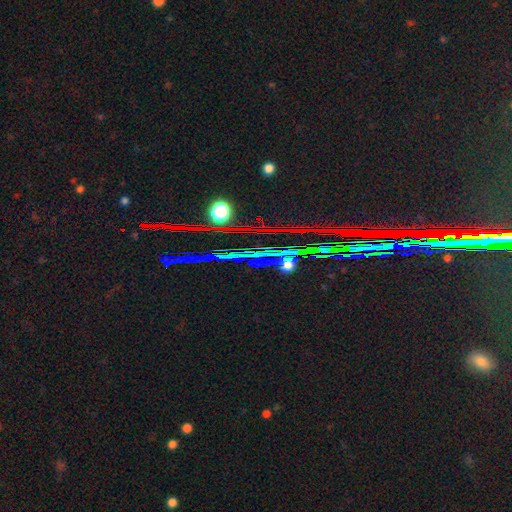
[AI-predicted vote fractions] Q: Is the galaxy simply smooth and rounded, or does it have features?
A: star or artifact — 85%.